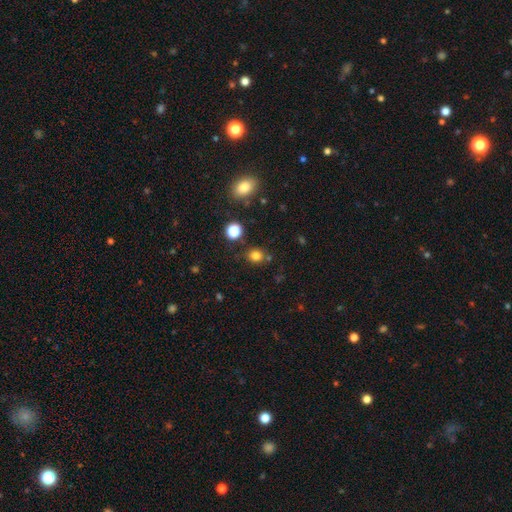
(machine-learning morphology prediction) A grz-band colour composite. It shows a smooth galaxy with no disk features (79%) that is round (75%). Merging: none (79%).